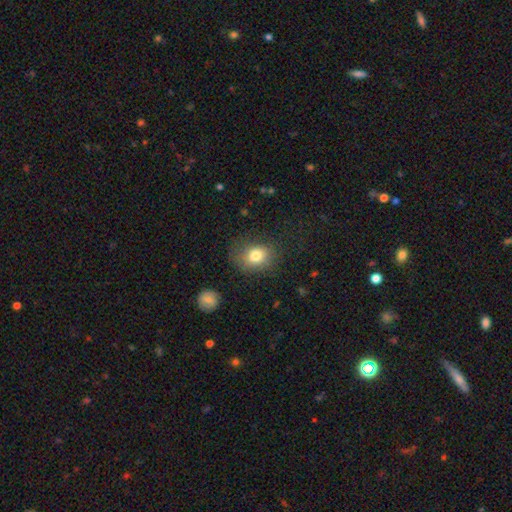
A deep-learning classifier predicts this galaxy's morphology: This appears to be a smooth galaxy with no disk features (80%) that is in between round and cigar-shaped (50%). Merging: none (72%).